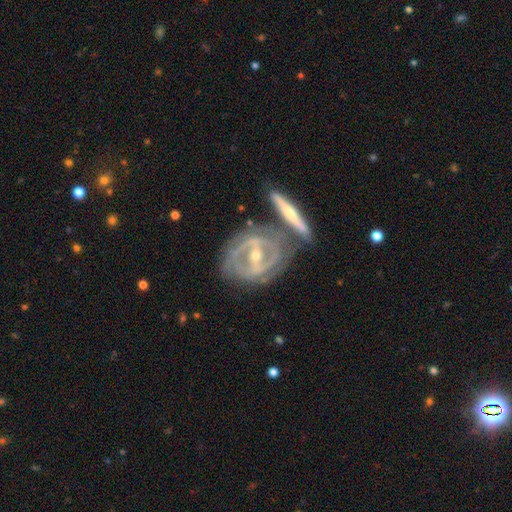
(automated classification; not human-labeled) Smooth or featured: featured or disk — 89% (smooth — 7%)
Edge-on disk: no — 92% (yes — 8%)
Bar: strong — 63% (weak — 27%)
Spiral arms: yes — 87% (no — 13%)
Spiral winding: tight — 56% (medium — 35%)
Spiral arm count: 2 — 64% (can't tell — 18%)
Bulge size: small — 50% (moderate — 47%)
Merging: none — 55% (merger — 22%)